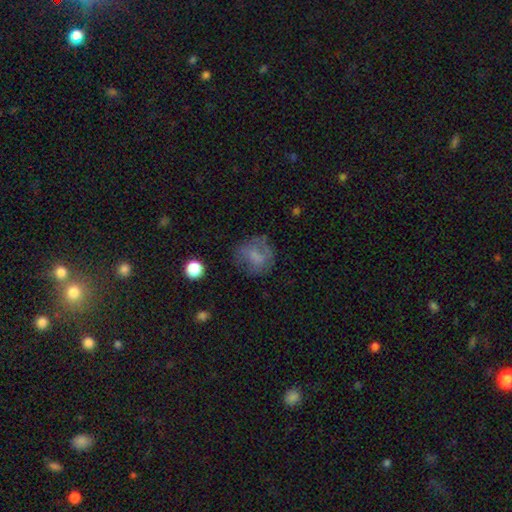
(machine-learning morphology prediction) This is likely a smooth galaxy (62%). How rounded: likely round (73%). Merging: possibly none (59%).